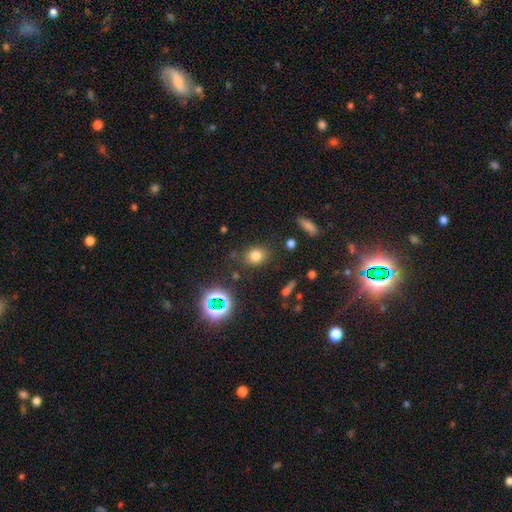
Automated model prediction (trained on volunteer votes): Smooth or featured? Predicted: smooth (p=0.74). How rounded? Predicted: round (p=0.57). Merging? Predicted: none (p=0.80).